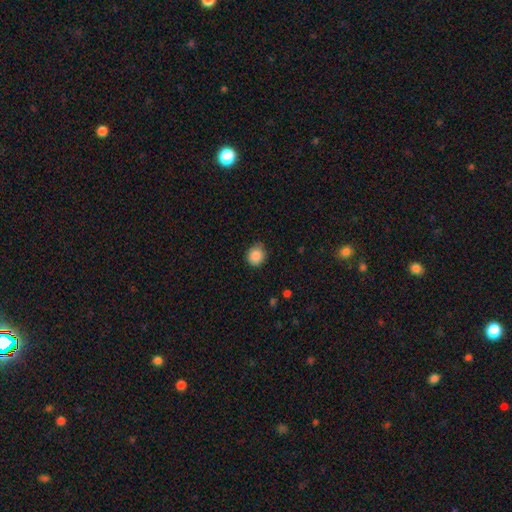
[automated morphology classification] Smooth or featured? Predicted: smooth (p=0.88). How rounded? Predicted: round (p=0.79). Merging? Predicted: none (p=0.82).